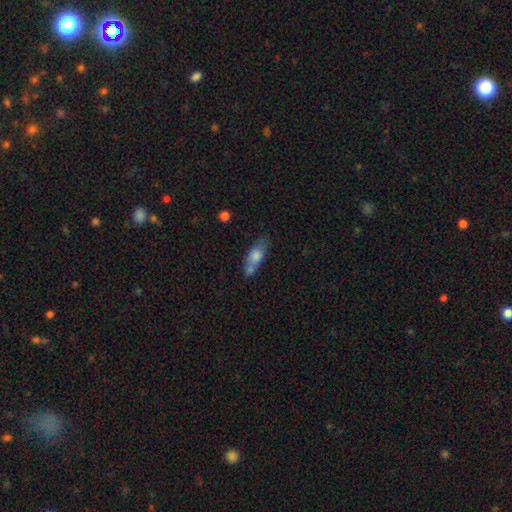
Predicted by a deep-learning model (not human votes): Smooth or featured: smooth — 70% (featured or disk — 23%)
How rounded: in between — 65% (cigar-shaped — 31%)
Merging: none — 50% (minor disturbance — 22%)